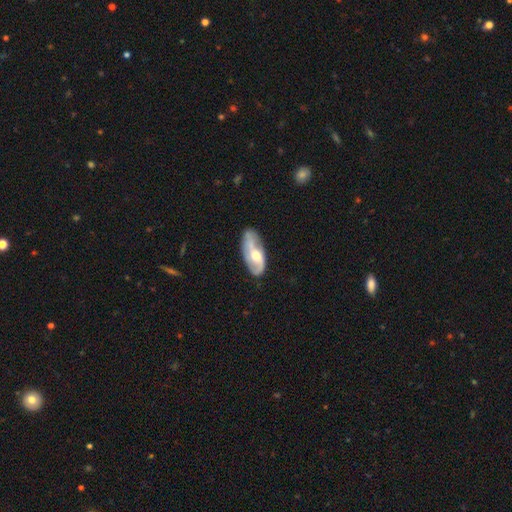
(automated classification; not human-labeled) Morphology: type=featured or disk (65%); edge-on=no (90%); bar=no (57%); spiral arms=yes (76%); bulge=moderate (68%); merging=none (56%).